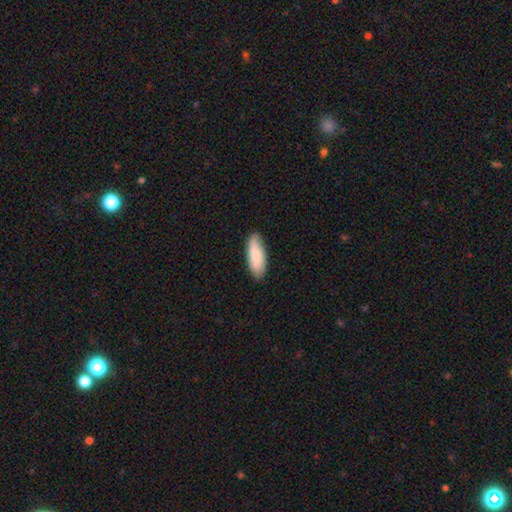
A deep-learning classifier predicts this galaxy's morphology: smooth-or-featured: smooth: 81% | featured or disk: 13% | star or artifact: 5%
  how-rounded: in between: 72% | cigar-shaped: 26% | round: 2%
  merging: none: 85% | minor disturbance: 12% | major disturbance: 2% | merger: 1%